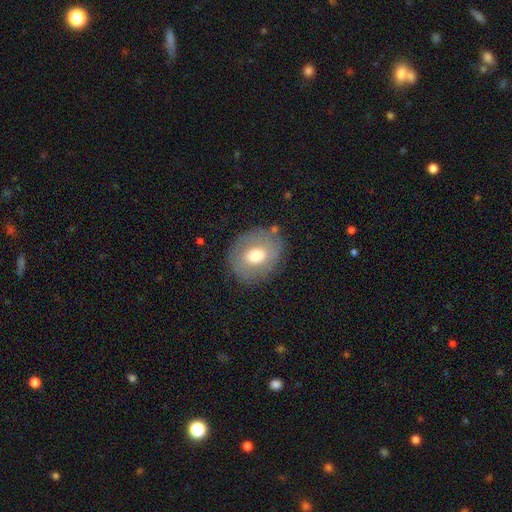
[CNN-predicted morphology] This is likely a smooth galaxy (63%). How rounded: possibly round (60%). Merging: likely none (78%).